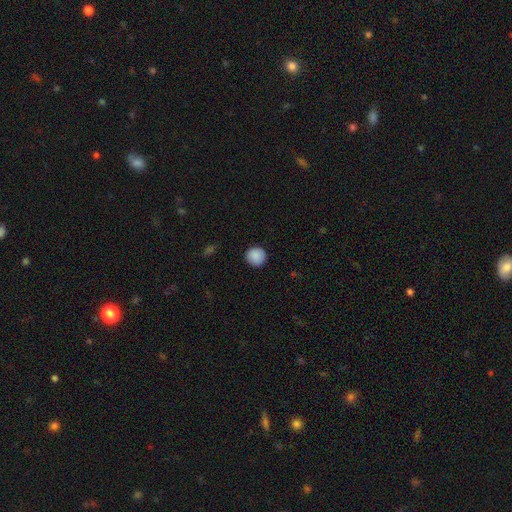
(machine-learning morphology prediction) type=smooth (89%); roundness=round (94%); merging=none (91%).